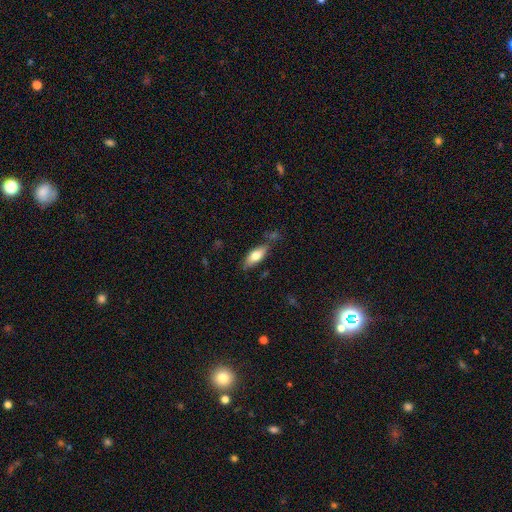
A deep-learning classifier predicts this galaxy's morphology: smooth-or-featured: smooth: 71% | featured or disk: 23% | star or artifact: 6%
  how-rounded: in between: 71% | cigar-shaped: 27% | round: 2%
  merging: none: 70% | minor disturbance: 20% | merger: 6% | major disturbance: 5%